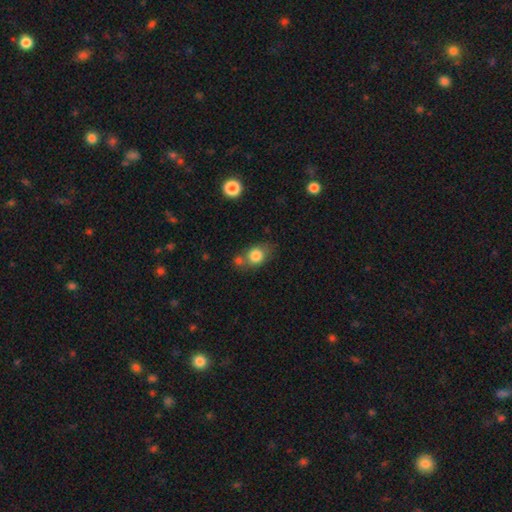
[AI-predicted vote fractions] This appears to be a smooth galaxy with no disk features (81%) that is round (49%, tied with in between). Merging: none (51%).